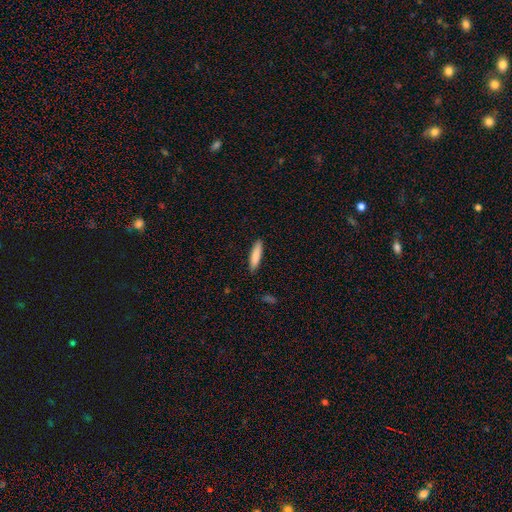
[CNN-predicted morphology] Smooth or featured? Predicted: smooth (p=0.86). How rounded? Predicted: cigar-shaped (p=0.77). Merging? Predicted: none (p=0.90).